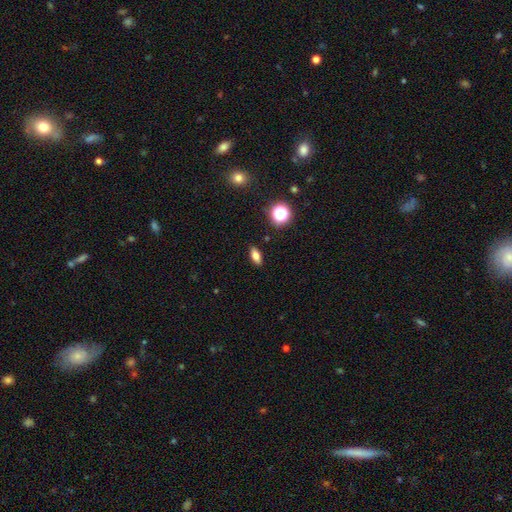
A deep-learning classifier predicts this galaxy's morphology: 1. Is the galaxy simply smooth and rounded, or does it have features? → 73% smooth, 15% featured or disk, 13% star or artifact.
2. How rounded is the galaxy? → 76% in between, 17% cigar-shaped, 7% round.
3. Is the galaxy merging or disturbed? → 89% none, 8% minor disturbance, 2% major disturbance, 1% merger.